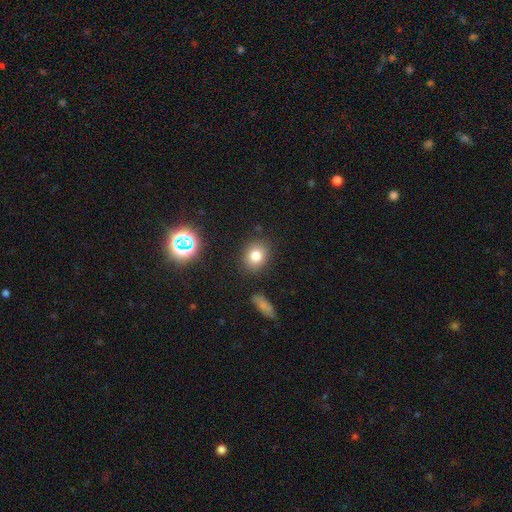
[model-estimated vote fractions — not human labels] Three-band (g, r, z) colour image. It shows a smooth galaxy with no disk features (78%) that is round (63%). Merging: none (86%).